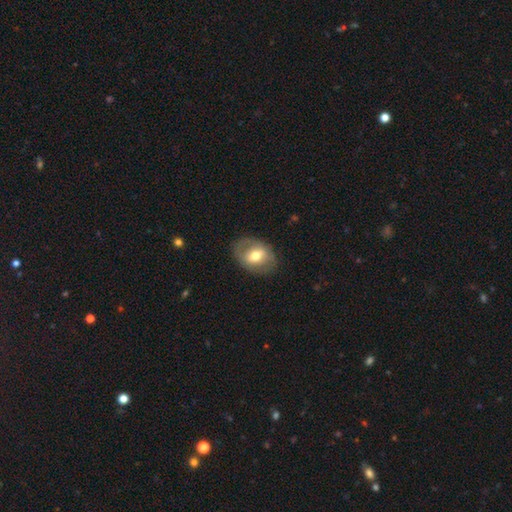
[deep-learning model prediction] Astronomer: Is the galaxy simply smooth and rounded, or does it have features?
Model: smooth — 51% (runner-up: featured or disk, 42%).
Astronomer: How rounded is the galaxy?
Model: in between — 66%.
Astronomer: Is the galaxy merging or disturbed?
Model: none — 76%.